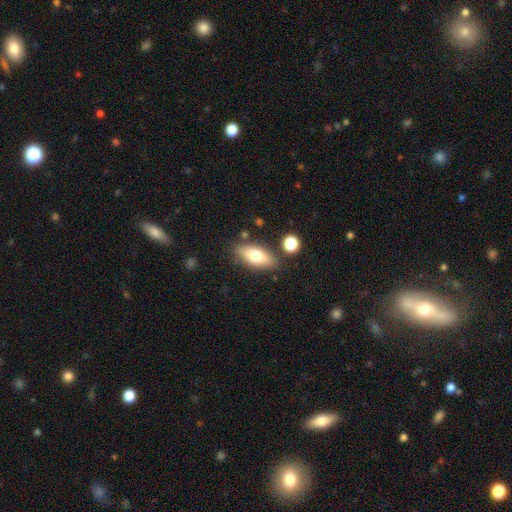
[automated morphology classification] This is likely a smooth galaxy (72%). How rounded: likely in between (80%). Merging: clearly none (81%).